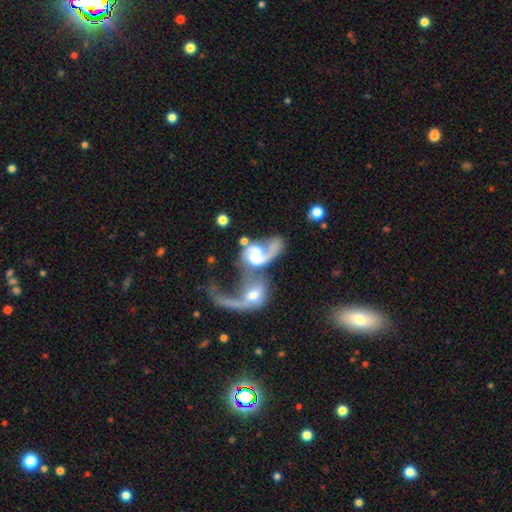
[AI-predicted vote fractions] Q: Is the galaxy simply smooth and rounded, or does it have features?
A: featured or disk — 74%.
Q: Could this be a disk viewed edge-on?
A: no — 96%.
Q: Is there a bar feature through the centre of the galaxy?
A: no — 56%.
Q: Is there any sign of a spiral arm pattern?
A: yes — 89%.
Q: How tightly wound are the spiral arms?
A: loose — 63%.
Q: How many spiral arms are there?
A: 2 — 47%.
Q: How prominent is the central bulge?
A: moderate — 58%.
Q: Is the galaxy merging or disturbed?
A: merger — 77%.